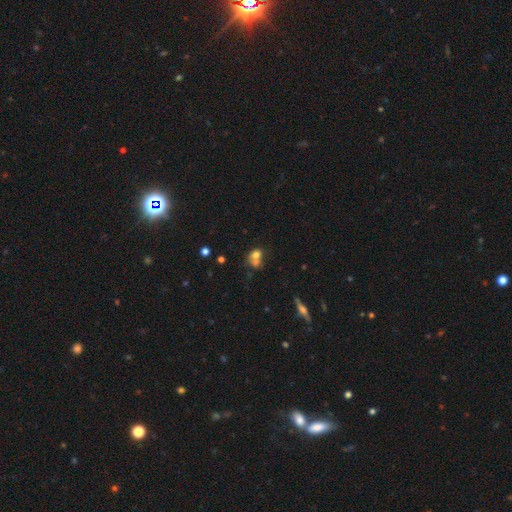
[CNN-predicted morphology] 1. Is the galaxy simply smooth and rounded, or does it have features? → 70% smooth, 17% featured or disk, 14% star or artifact.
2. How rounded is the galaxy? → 54% round, 45% in between, 2% cigar-shaped.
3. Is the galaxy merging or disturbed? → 52% merger, 29% none, 12% minor disturbance, 7% major disturbance.